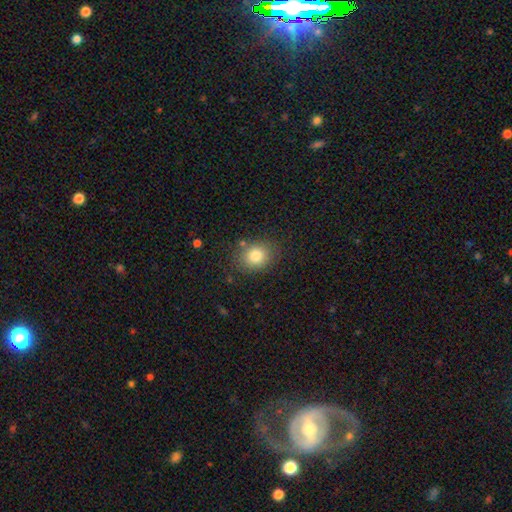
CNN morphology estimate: This appears to be a smooth galaxy with no disk features (81%) that is round (59%). Merging: none (81%).